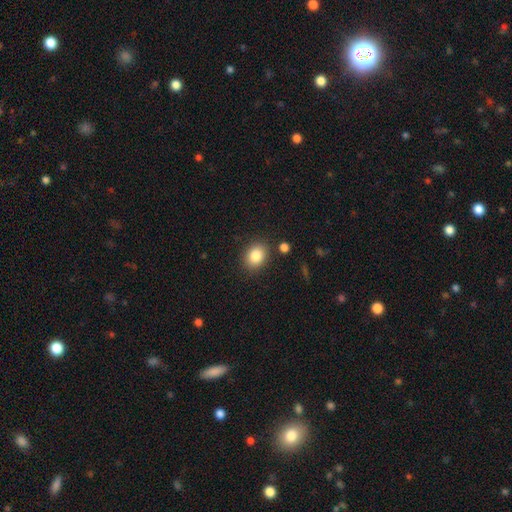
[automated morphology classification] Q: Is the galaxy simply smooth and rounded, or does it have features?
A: smooth — 84%.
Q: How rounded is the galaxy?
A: in between — 55%.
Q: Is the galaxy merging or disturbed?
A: none — 85%.